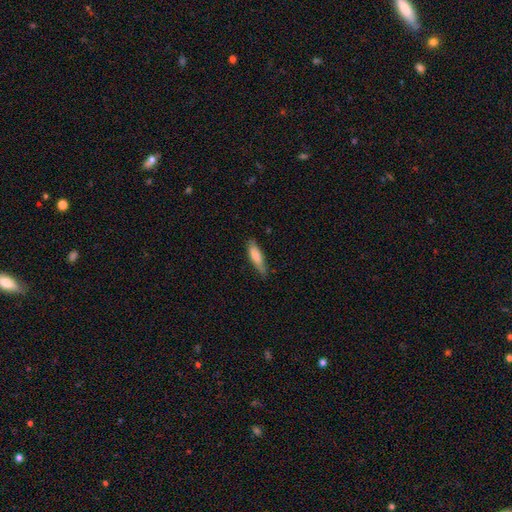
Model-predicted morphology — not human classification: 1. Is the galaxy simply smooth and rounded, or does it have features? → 78% smooth, 16% featured or disk, 6% star or artifact.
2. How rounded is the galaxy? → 65% cigar-shaped, 33% in between, 2% round.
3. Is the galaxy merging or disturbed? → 68% none, 25% minor disturbance, 5% major disturbance, 2% merger.